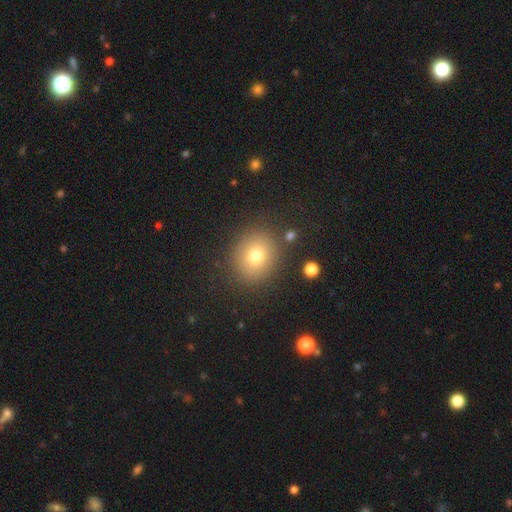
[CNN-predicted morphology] A smooth galaxy with no disk features (75%) that is round (68%).

Vote fractions:
- Smooth or featured? smooth: 75% / star or artifact: 14% / featured or disk: 12%
- How rounded? round: 68% / in between: 31% / cigar-shaped: 1%
- Merging? none: 85% / minor disturbance: 9% / major disturbance: 4% / merger: 3%